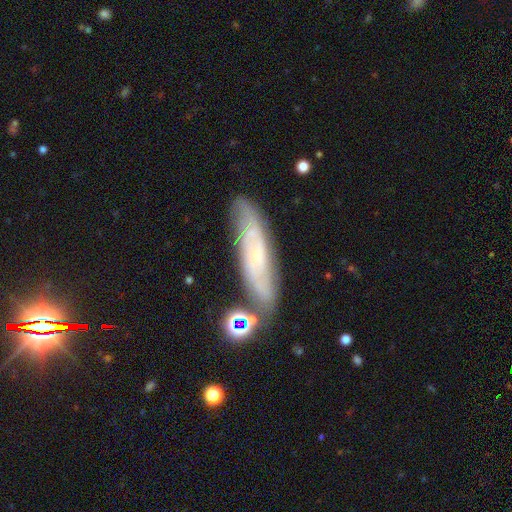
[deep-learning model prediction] The model was most divided on "edge-on disk": no: 69%, yes: 31%. More confident: merging — none (74%); smooth or featured — featured or disk (65%).